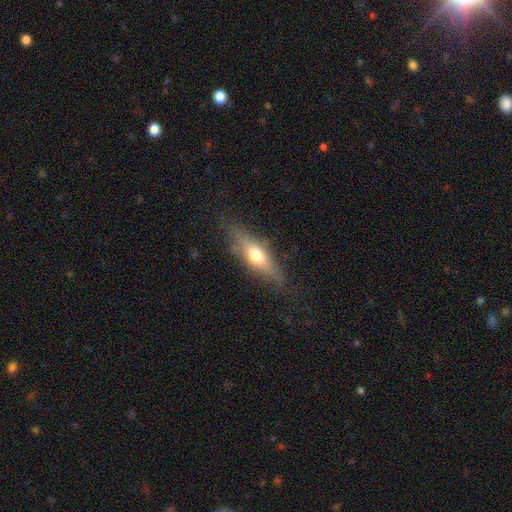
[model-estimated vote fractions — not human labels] smooth 48%, featured or disk 45%, star or artifact 7%. Down the decision tree: merging — none (77%).